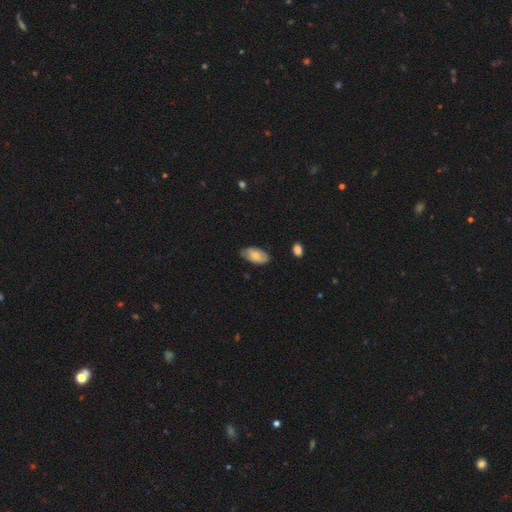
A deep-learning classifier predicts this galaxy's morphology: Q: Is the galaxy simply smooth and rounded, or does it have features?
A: smooth — 69%.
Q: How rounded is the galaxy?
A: in between — 94%.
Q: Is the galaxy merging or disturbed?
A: none — 71%.